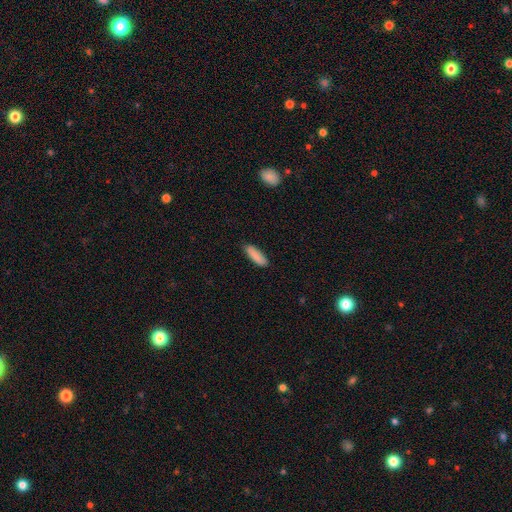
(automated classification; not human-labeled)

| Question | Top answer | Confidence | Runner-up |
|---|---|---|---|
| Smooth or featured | smooth | 89% | star or artifact (6%) |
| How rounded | cigar-shaped | 51% | in between (48%) |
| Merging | none | 86% | minor disturbance (11%) |